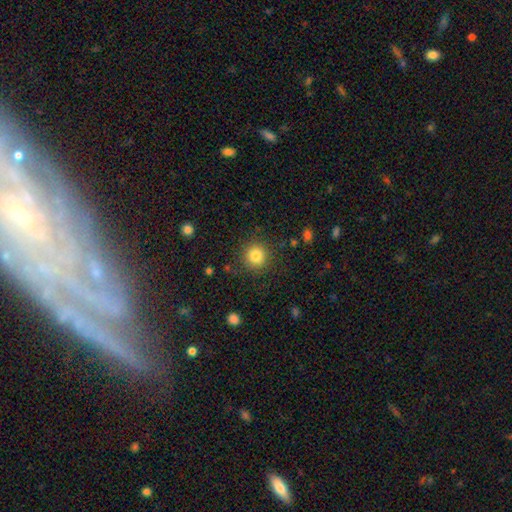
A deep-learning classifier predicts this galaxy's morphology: smooth-or-featured: smooth: 83% | star or artifact: 11% | featured or disk: 6%
  how-rounded: round: 93% | in between: 6% | cigar-shaped: 1%
  merging: none: 88% | minor disturbance: 8% | major disturbance: 3% | merger: 1%